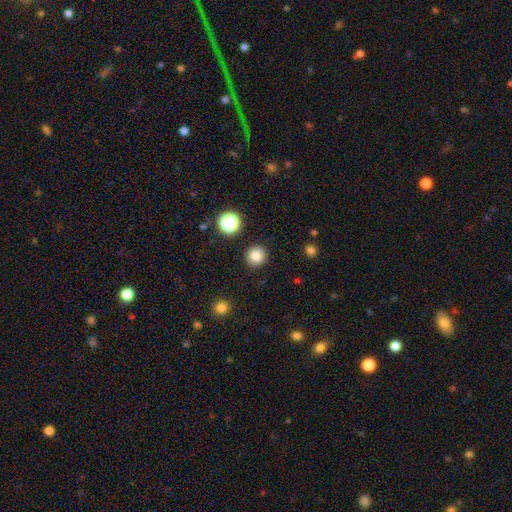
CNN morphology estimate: This appears to be a smooth galaxy with no disk features (83%) that is round (92%). Merging: none (90%).